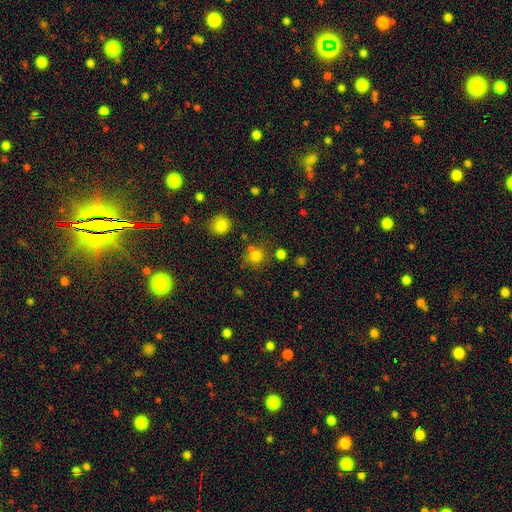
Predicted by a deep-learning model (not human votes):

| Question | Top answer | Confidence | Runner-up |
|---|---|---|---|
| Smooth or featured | smooth | 78% | star or artifact (16%) |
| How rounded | round | 87% | in between (12%) |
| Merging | none | 70% | merger (14%) |